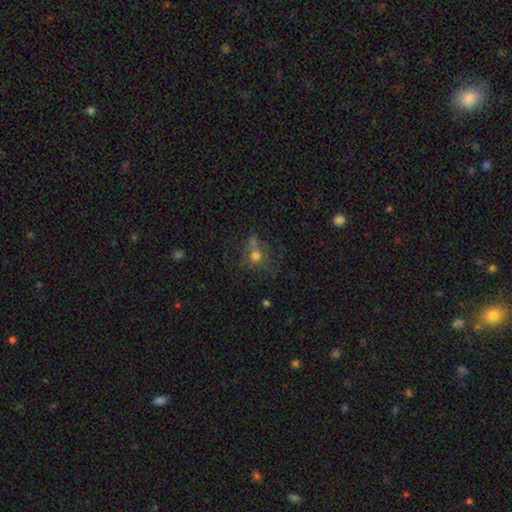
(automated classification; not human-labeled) The model was most divided on "smooth or featured": smooth: 56%, featured or disk: 25%, star or artifact: 19%. More confident: how rounded — round (76%); merging — none (50%).